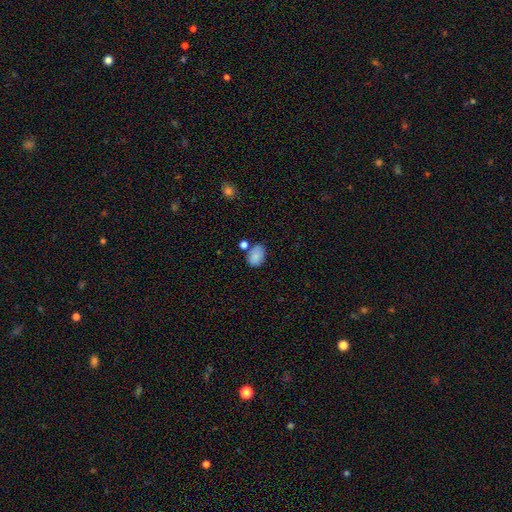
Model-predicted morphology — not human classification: The model was most divided on "merging": none: 61%, minor disturbance: 20%, merger: 14%, major disturbance: 5%. More confident: smooth or featured — smooth (84%); how rounded — in between (80%).